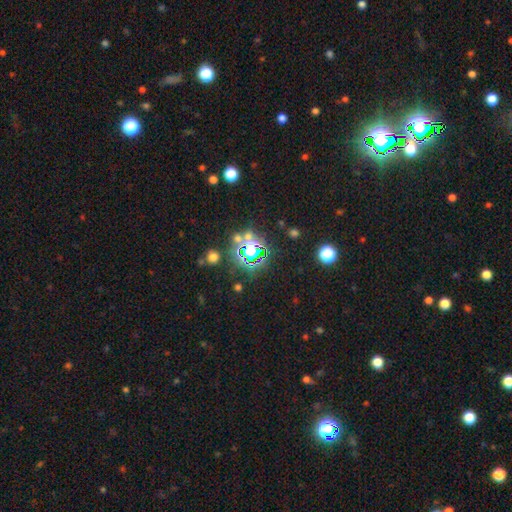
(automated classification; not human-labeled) Smooth or featured?
  - star or artifact: 77% *
  - smooth: 15%
  - featured or disk: 9%